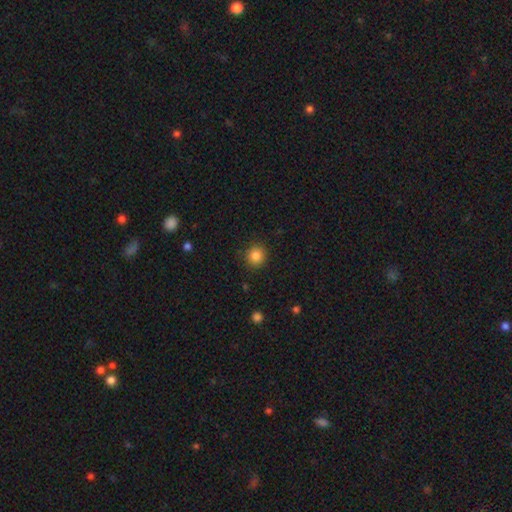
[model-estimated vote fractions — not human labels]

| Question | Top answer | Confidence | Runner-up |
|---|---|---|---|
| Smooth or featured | smooth | 85% | star or artifact (11%) |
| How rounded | round | 91% | in between (8%) |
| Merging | none | 89% | minor disturbance (7%) |